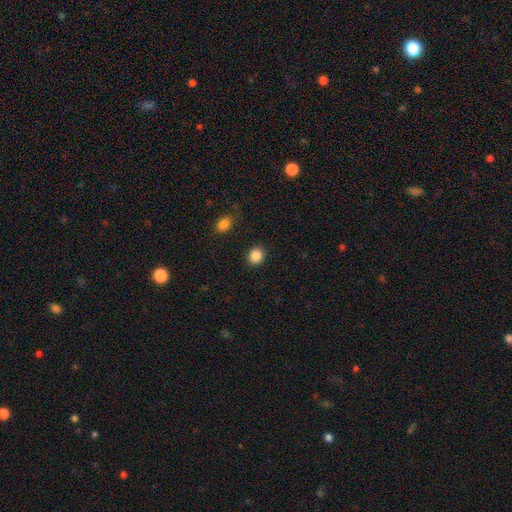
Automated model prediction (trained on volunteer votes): Smooth or featured?
  - smooth: 87% *
  - star or artifact: 9%
  - featured or disk: 4%
How rounded?
  - round: 71% *
  - in between: 28%
  - cigar-shaped: 1%
Merging?
  - none: 88% *
  - minor disturbance: 8%
  - major disturbance: 3%
  - merger: 2%